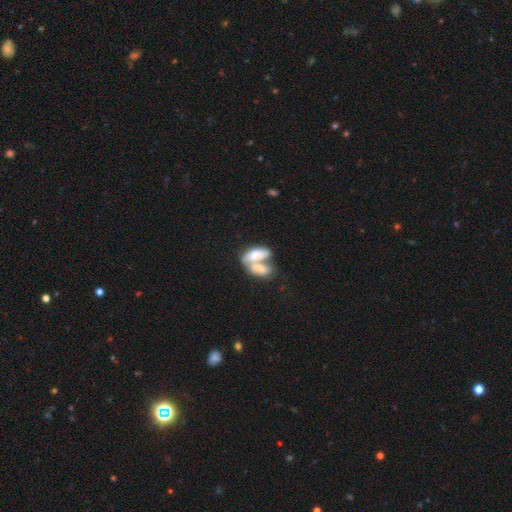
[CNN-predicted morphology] Smooth or featured? smooth (65%)
How rounded? in between (90%)
Merging? merger (76%)